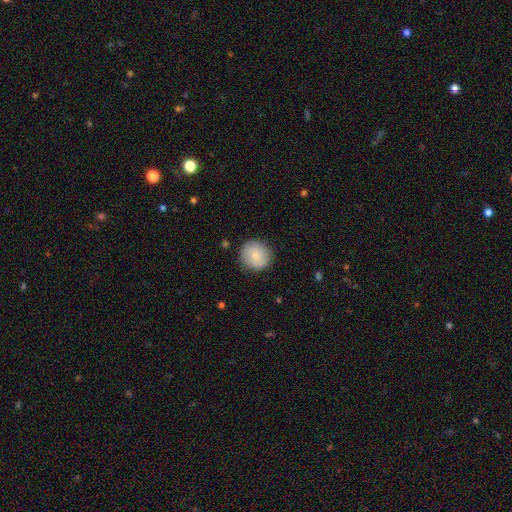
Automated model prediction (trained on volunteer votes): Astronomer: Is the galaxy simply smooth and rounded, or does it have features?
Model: smooth — 78%.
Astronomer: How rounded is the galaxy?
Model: round — 90%.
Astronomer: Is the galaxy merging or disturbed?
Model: none — 87%.